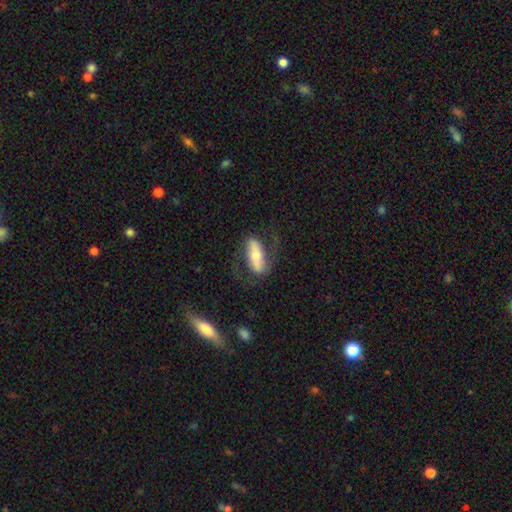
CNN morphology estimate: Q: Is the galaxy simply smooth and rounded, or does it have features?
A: featured or disk — 61%.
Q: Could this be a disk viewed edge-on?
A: no — 80%.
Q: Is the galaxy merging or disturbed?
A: none — 68%.